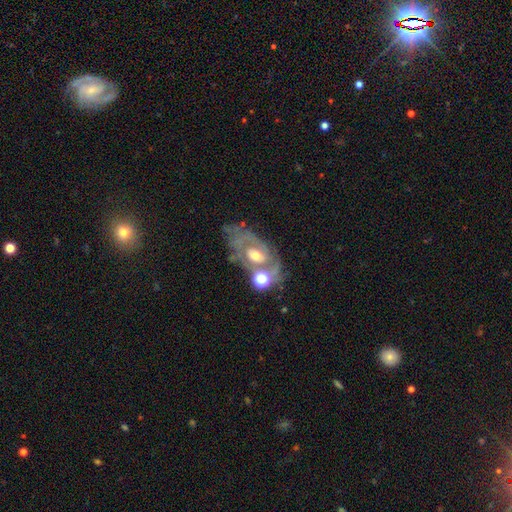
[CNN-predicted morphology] Smooth or featured? featured or disk (72%)
Edge-on disk? no (94%)
Bar? no (66%)
Spiral arms? yes (70%)
Bulge size? moderate (60%)
Merging? none (43%)